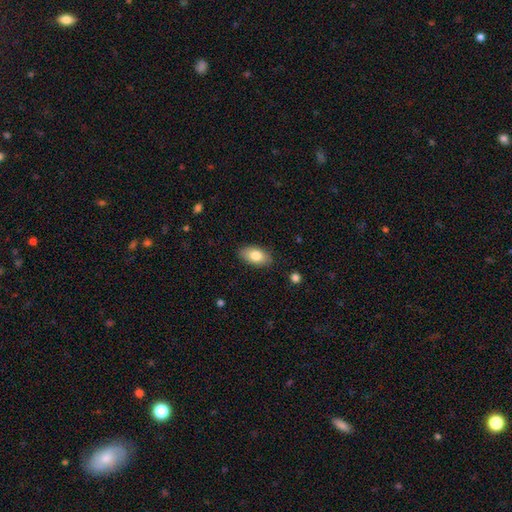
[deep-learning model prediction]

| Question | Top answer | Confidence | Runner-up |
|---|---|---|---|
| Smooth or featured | smooth | 81% | featured or disk (12%) |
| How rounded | in between | 93% | round (5%) |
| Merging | none | 86% | minor disturbance (11%) |